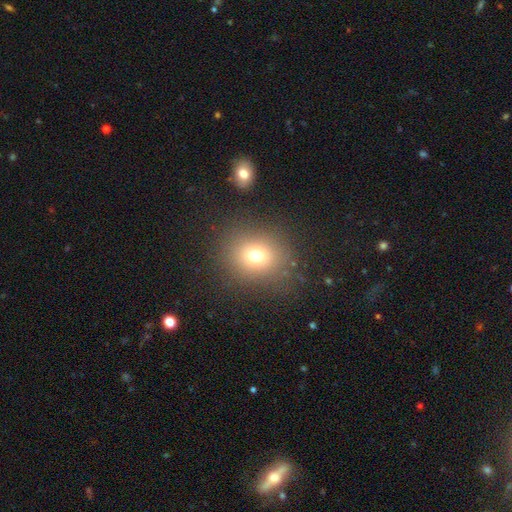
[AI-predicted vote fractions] This appears to be a smooth galaxy with no disk features (72%) that is round (77%). Merging: none (82%).